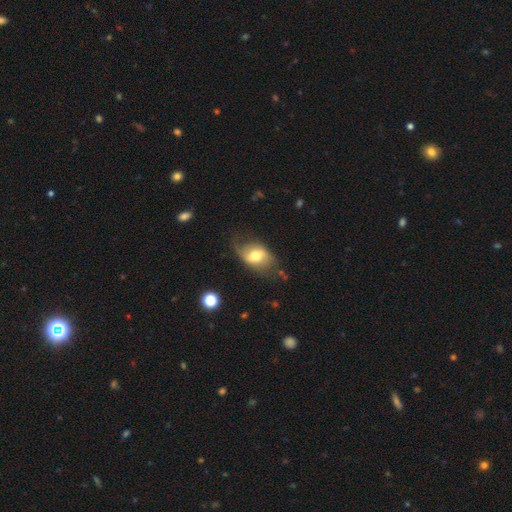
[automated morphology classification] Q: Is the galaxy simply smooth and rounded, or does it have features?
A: smooth — 49%.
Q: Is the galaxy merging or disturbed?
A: none — 53%.